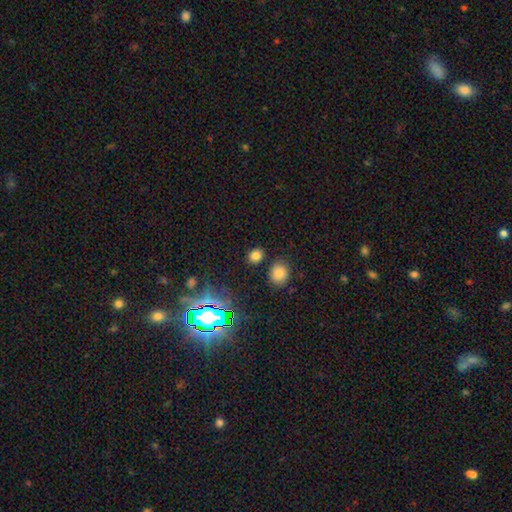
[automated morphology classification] Smooth or featured?
  - smooth: 75% *
  - star or artifact: 20%
  - featured or disk: 5%
How rounded?
  - round: 71% *
  - in between: 27%
  - cigar-shaped: 1%
Merging?
  - none: 83% *
  - minor disturbance: 8%
  - merger: 6%
  - major disturbance: 3%